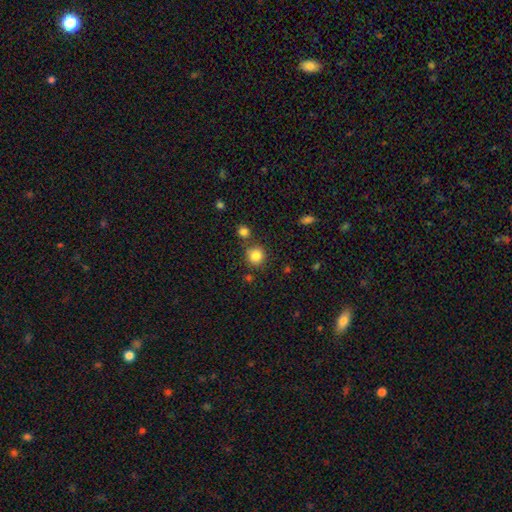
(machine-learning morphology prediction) Overall: smooth (84%). How rounded: round (90%). Merging: none (75%).